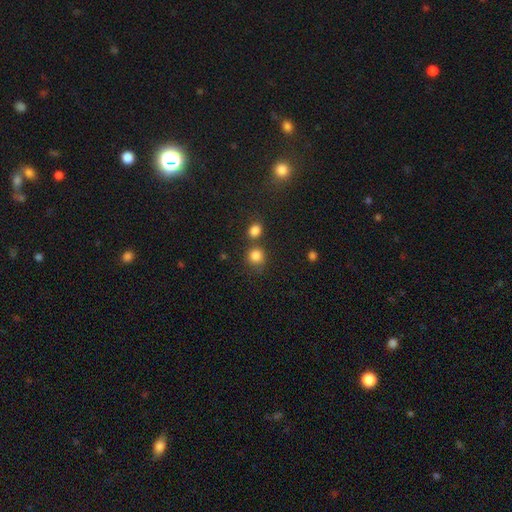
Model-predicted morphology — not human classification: smooth-or-featured: smooth: 83% | star or artifact: 12% | featured or disk: 5%
  how-rounded: round: 86% | in between: 13% | cigar-shaped: 1%
  merging: none: 62% | merger: 23% | minor disturbance: 11% | major disturbance: 4%